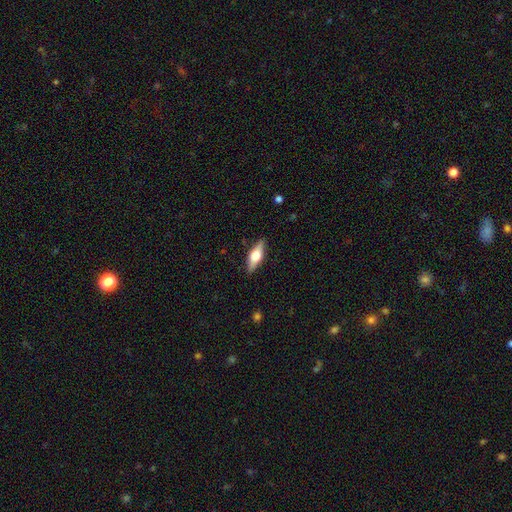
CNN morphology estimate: Overall: featured or disk (51%; smooth 43%). Edge-on disk: yes (93%). Merging: none (87%).